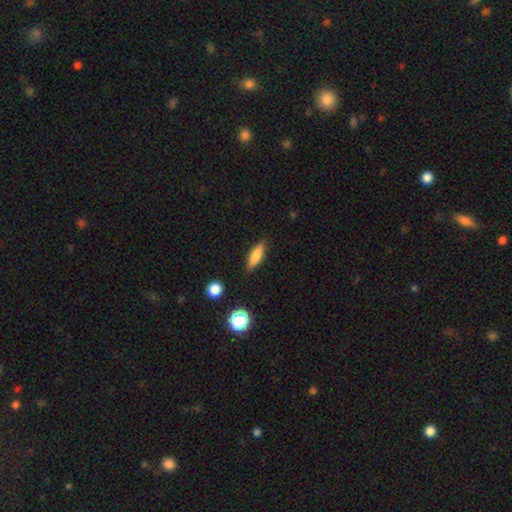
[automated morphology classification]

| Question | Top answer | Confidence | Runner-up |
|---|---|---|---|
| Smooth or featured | smooth | 71% | featured or disk (21%) |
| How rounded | cigar-shaped | 52% | in between (45%) |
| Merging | none | 84% | minor disturbance (12%) |